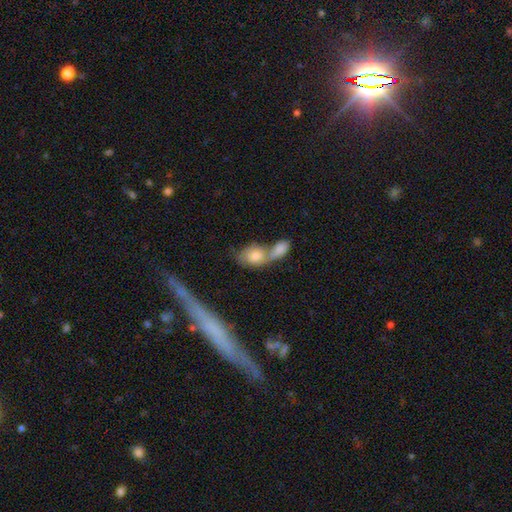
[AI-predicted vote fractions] Q: Smooth or featured?
A: smooth (54%); runner-up: featured or disk (37%)
Q: How rounded?
A: in between (64%); runner-up: round (24%)
Q: Merging?
A: merger (60%); runner-up: none (24%)